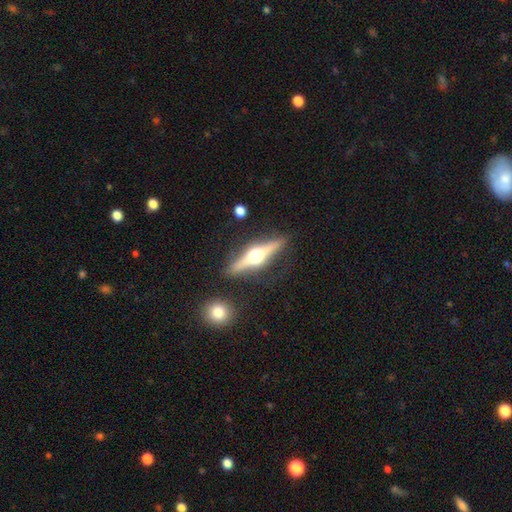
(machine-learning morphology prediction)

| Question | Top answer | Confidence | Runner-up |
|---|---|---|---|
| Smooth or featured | featured or disk | 76% | smooth (18%) |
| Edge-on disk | yes | 97% | no (3%) |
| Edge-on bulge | rounded | 96% | boxy (3%) |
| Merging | none | 86% | minor disturbance (9%) |